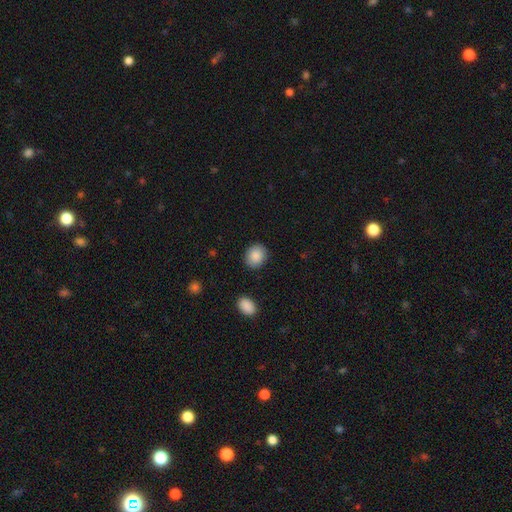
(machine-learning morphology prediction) This appears to be a smooth galaxy with no disk features (88%) that is round (63%). Merging: none (88%).